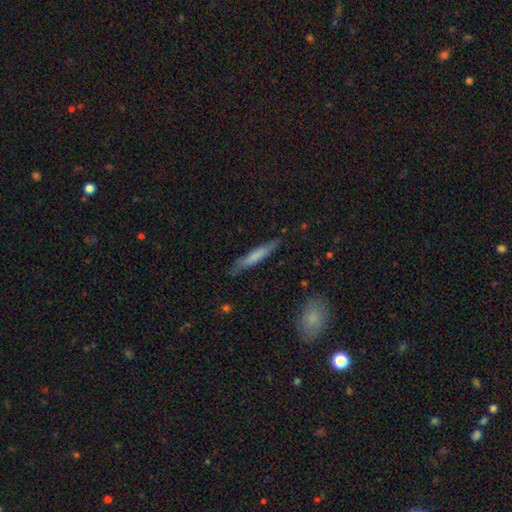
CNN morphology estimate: Smooth or featured: smooth — 63% (featured or disk — 32%)
How rounded: cigar-shaped — 94% (in between — 5%)
Merging: none — 83% (minor disturbance — 13%)